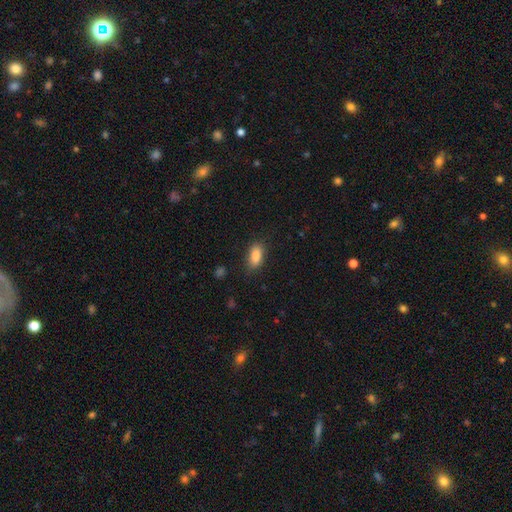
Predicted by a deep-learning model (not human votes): Smooth or featured? Predicted: smooth (p=0.86). How rounded? Predicted: in between (p=0.88). Merging? Predicted: none (p=0.83).